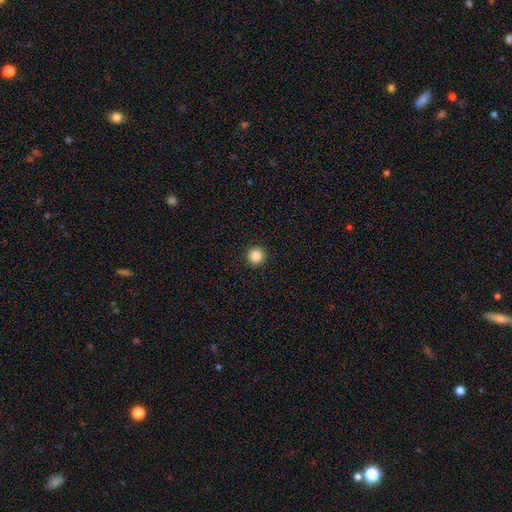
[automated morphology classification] This is clearly a smooth galaxy (86%). How rounded: clearly round (96%). Merging: clearly none (93%).